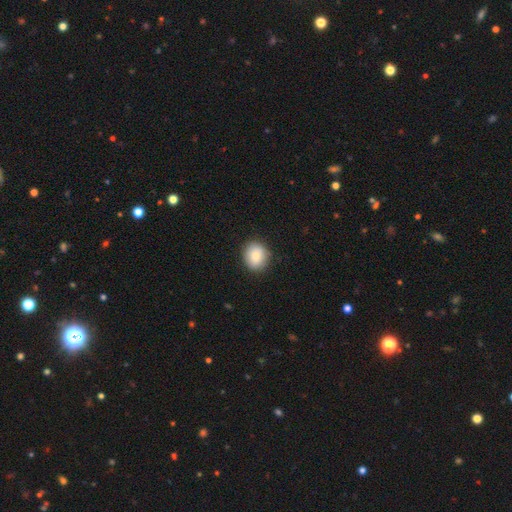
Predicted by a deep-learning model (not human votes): Q: Smooth or featured?
A: smooth (85%); runner-up: star or artifact (7%)
Q: How rounded?
A: round (69%); runner-up: in between (30%)
Q: Merging?
A: none (87%); runner-up: minor disturbance (9%)